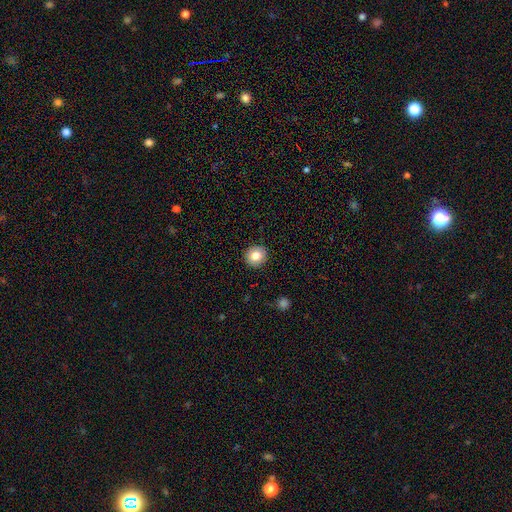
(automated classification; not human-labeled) Smooth or featured? Predicted: smooth (p=0.80). How rounded? Predicted: round (p=0.91). Merging? Predicted: none (p=0.92).